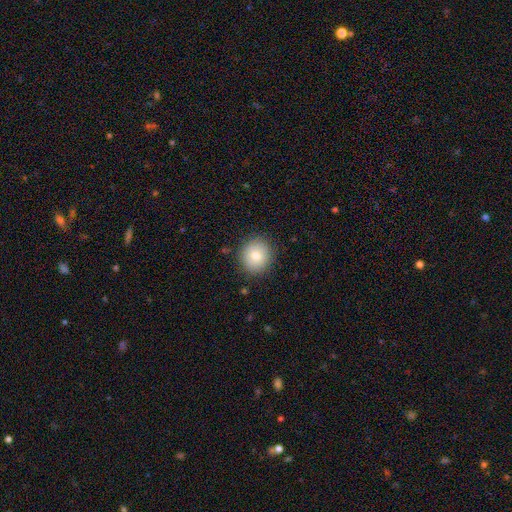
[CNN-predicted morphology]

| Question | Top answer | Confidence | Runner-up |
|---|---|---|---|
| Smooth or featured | smooth | 75% | featured or disk (14%) |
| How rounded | round | 87% | in between (12%) |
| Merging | none | 88% | minor disturbance (8%) |